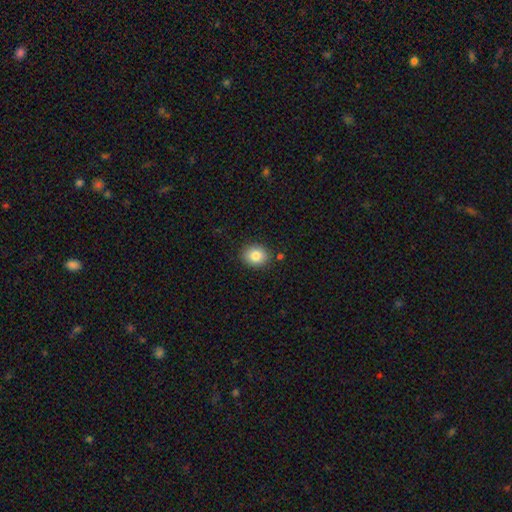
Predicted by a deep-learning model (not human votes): Smooth or featured? smooth (84%)
How rounded? round (58%)
Merging? none (86%)